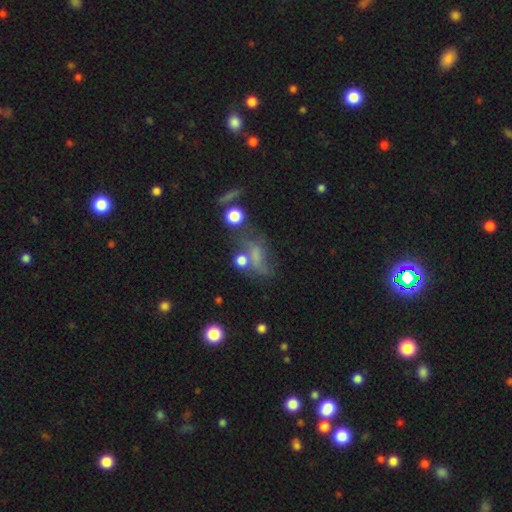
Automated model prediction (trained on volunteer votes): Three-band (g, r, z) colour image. It shows a smooth galaxy with no disk features (42%). Merging: none (39%).